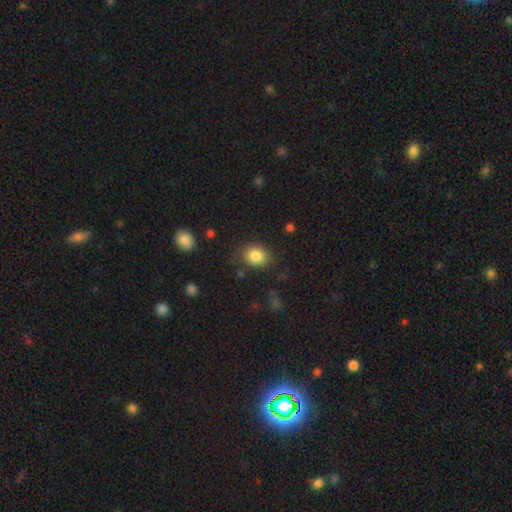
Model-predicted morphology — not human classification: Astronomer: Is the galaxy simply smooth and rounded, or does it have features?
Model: smooth — 84%.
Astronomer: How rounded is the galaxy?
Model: round — 51% (runner-up: in between, 48%).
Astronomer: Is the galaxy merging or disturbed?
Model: none — 80%.